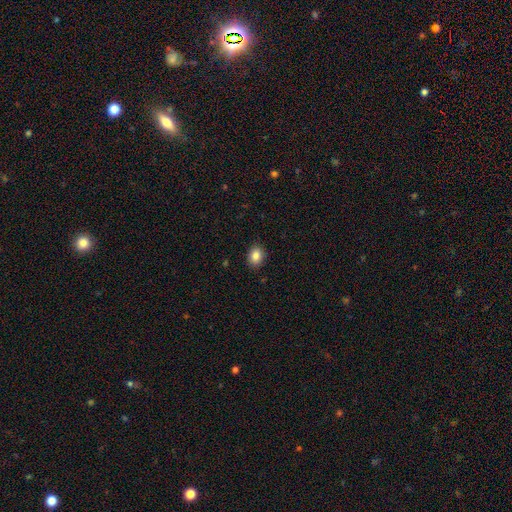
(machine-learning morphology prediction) This appears to be a smooth galaxy with no disk features (85%) that is in between round and cigar-shaped (57%). Merging: none (89%).